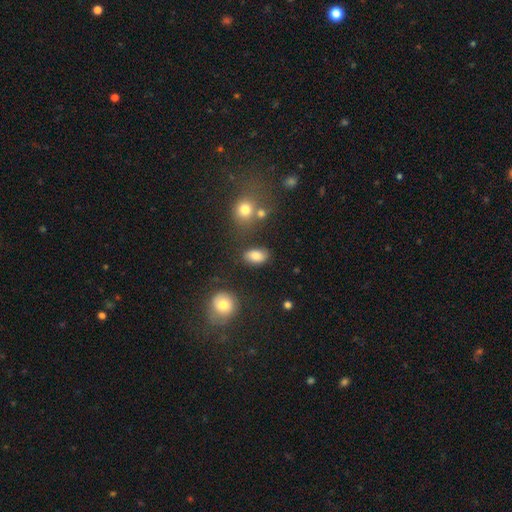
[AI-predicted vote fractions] Morphology: type=smooth (83%); roundness=in between (89%); merging=none (79%).